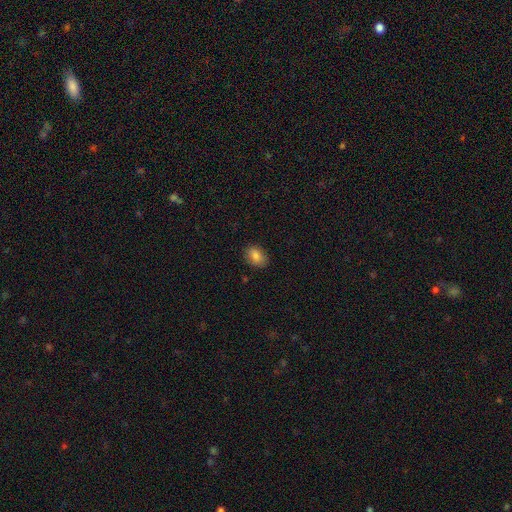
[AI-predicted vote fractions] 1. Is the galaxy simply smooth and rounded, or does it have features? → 84% smooth, 9% star or artifact, 7% featured or disk.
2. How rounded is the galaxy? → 76% in between, 23% round, 1% cigar-shaped.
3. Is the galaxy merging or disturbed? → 84% none, 12% minor disturbance, 3% major disturbance, 1% merger.